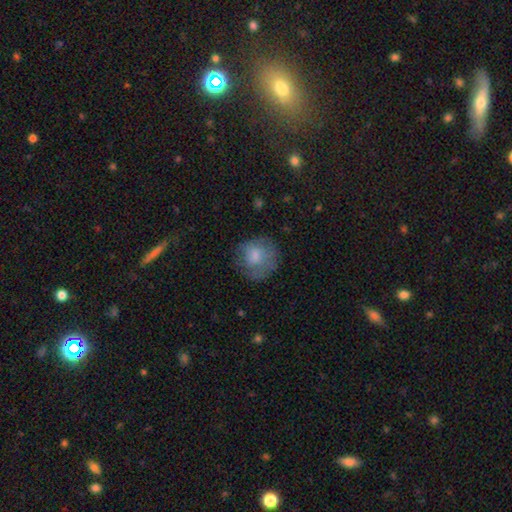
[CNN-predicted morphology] This appears to be a smooth galaxy with no disk features (69%) that is round (81%). Merging: none (63%).